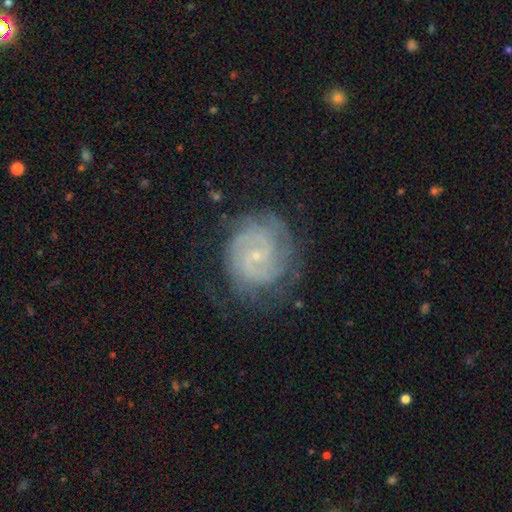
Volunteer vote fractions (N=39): Smooth or featured? 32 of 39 (82%) said featured or disk. Edge-on disk? 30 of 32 (94%) said no. Bar? 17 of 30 (57%) said no. Spiral arms? 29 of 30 (97%) said yes. Spiral winding? 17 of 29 (59%) said tight. Spiral arm count? 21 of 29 (72%) said 2. Bulge size? 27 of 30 (90%) said small. Merging? 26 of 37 (70%) said none.